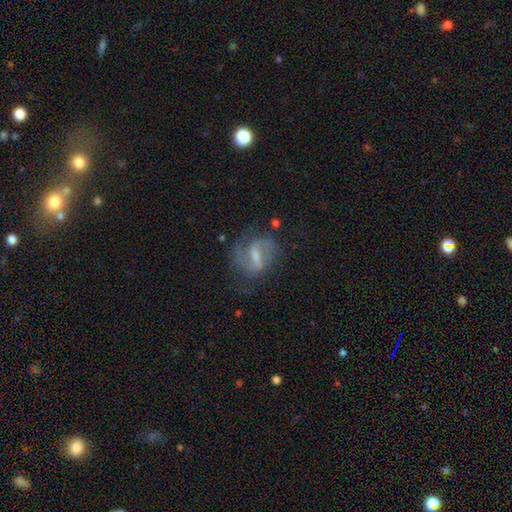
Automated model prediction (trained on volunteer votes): A featured or disk galaxy (80%) with a weak bar (50%), 2 (79%) medium (51%) spiral arms (93%) and a small central bulge (47%). Merging: none (65%).